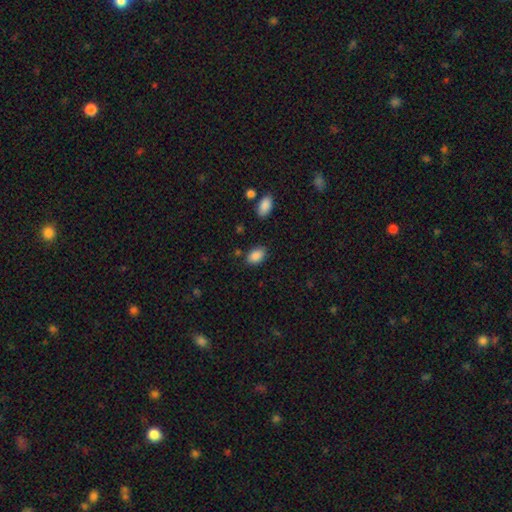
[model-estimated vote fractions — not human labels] Smooth or featured: smooth — 87% (star or artifact — 8%)
How rounded: in between — 89% (round — 10%)
Merging: none — 80% (minor disturbance — 14%)